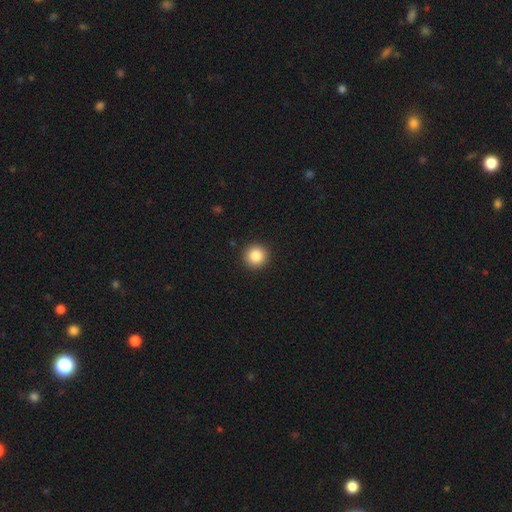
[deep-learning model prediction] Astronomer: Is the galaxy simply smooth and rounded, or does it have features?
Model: smooth — 86%.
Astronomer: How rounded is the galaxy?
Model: round — 95%.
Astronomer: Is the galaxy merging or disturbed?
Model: none — 92%.